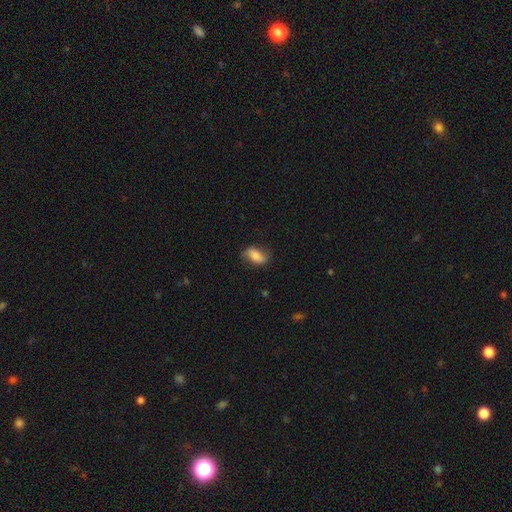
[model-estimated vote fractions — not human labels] The model was most divided on "smooth or featured": smooth: 70%, featured or disk: 23%, star or artifact: 8%. More confident: how rounded — in between (88%); merging — none (71%).